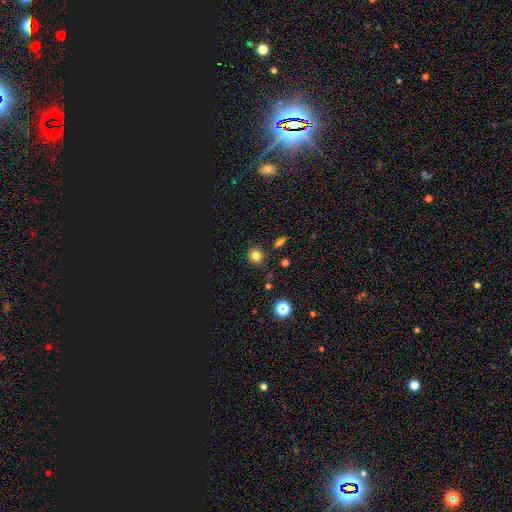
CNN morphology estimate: Smooth or featured?
  - smooth: 78% *
  - star or artifact: 17%
  - featured or disk: 6%
How rounded?
  - round: 91% *
  - in between: 8%
  - cigar-shaped: 1%
Merging?
  - none: 86% *
  - minor disturbance: 9%
  - merger: 3%
  - major disturbance: 2%